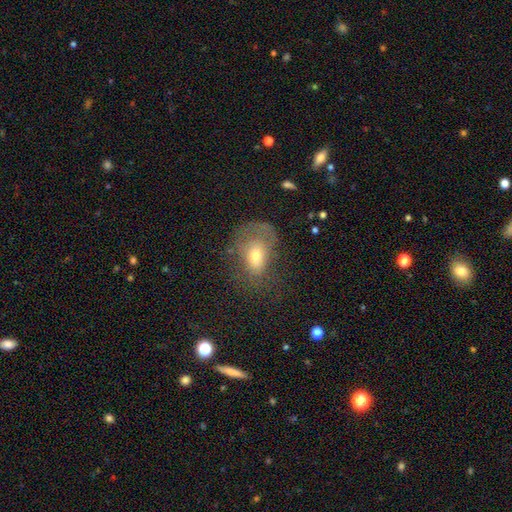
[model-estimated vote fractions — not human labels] Smooth or featured? Predicted: smooth (p=0.58). How rounded? Predicted: in between (p=0.70). Merging? Predicted: major disturbance (p=0.41).